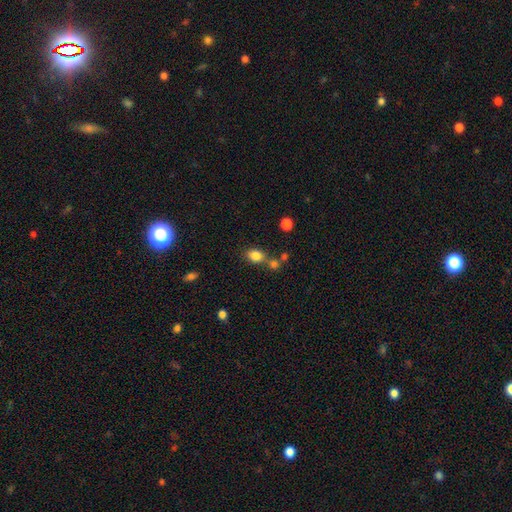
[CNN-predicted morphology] Smooth or featured? Predicted: smooth (p=0.83). How rounded? Predicted: in between (p=0.62). Merging? Predicted: none (p=0.60).